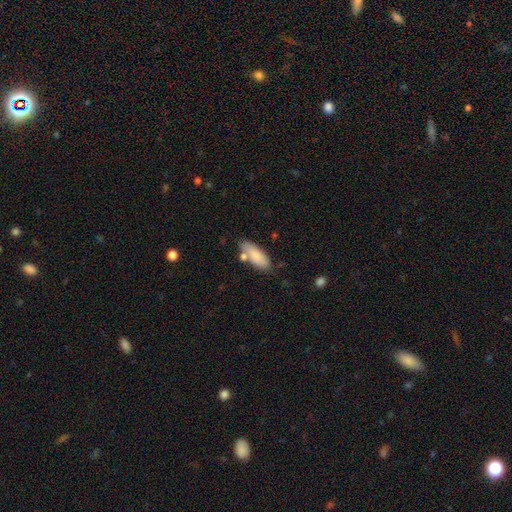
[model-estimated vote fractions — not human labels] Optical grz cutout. It shows a smooth galaxy with no disk features (83%) that is in between round and cigar-shaped (77%). Merging: none (68%).